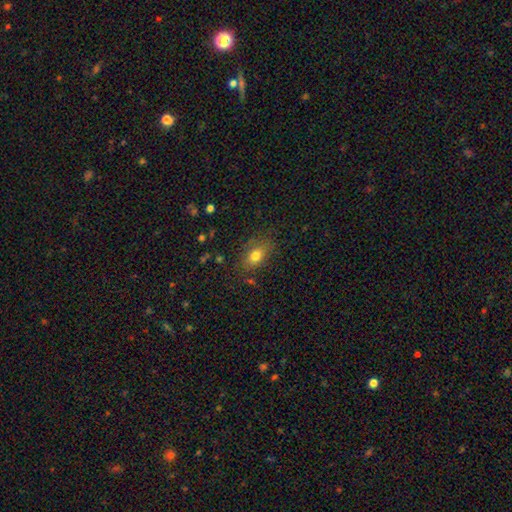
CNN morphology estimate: A smooth galaxy with no disk features (77%) that is in between round and cigar-shaped (79%). Merging: none (77%).